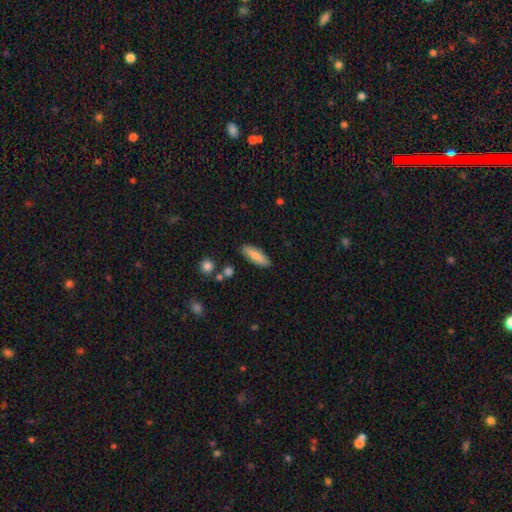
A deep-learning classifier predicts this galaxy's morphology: This is clearly a smooth galaxy (81%). How rounded: possibly in between (57%). Merging: clearly none (85%).